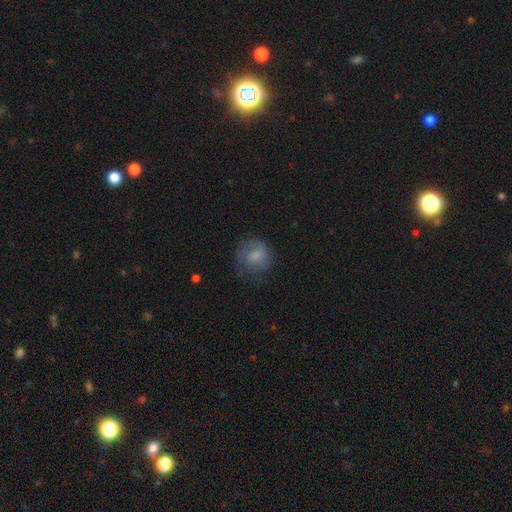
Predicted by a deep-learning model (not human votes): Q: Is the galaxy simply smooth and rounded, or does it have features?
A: smooth — 68%.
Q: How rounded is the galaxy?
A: round — 78%.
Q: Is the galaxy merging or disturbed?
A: none — 59%.